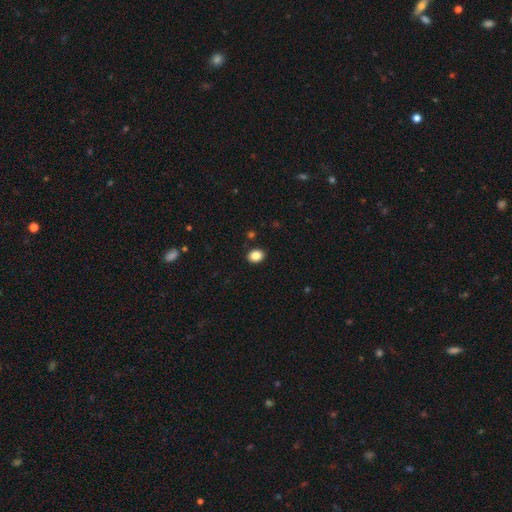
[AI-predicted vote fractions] Smooth or featured? smooth (87%)
How rounded? in between (60%)
Merging? none (89%)